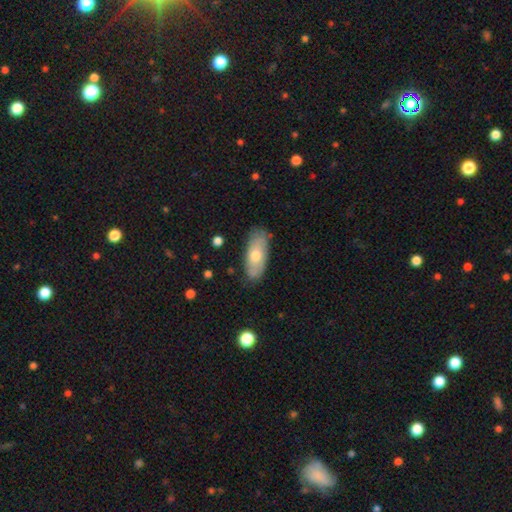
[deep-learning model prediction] The model was most divided on "smooth or featured": smooth: 62%, featured or disk: 32%, star or artifact: 6%. More confident: how rounded — in between (83%); merging — none (78%).